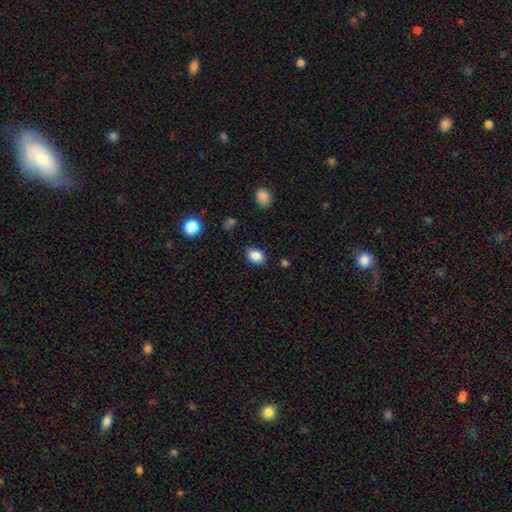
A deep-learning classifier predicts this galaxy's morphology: Q: Smooth or featured?
A: smooth (87%); runner-up: star or artifact (9%)
Q: How rounded?
A: in between (69%); runner-up: round (30%)
Q: Merging?
A: none (85%); runner-up: minor disturbance (10%)